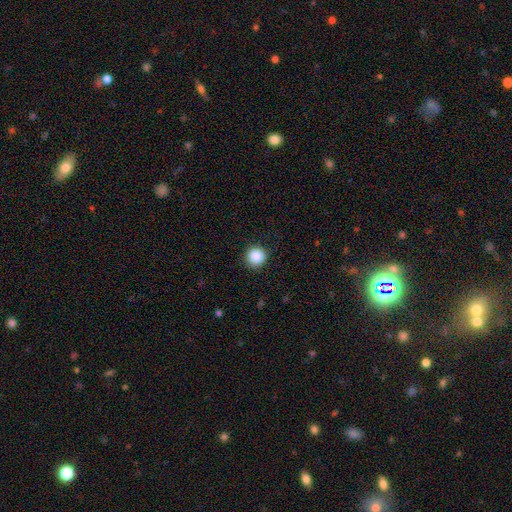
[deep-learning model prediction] smooth_or_featured: smooth (p=0.87) [alt: star or artifact p=0.10]
how_rounded: round (p=0.93) [alt: in between p=0.06]
merging: none (p=0.89) [alt: minor disturbance p=0.08]